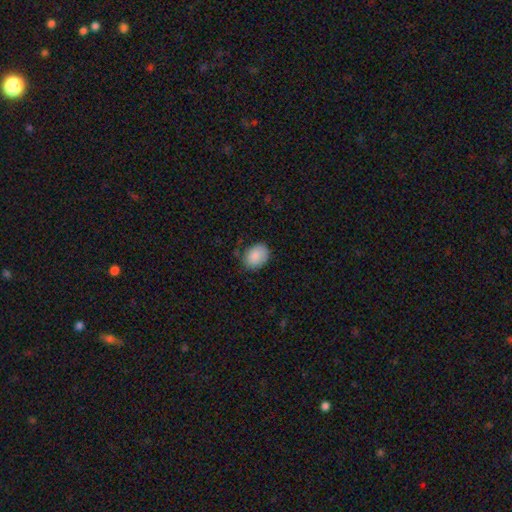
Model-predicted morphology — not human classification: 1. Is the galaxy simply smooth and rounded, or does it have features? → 88% smooth, 7% star or artifact, 5% featured or disk.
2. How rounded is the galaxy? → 67% in between, 32% round, 1% cigar-shaped.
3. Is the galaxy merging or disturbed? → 74% none, 21% minor disturbance, 4% major disturbance, 2% merger.